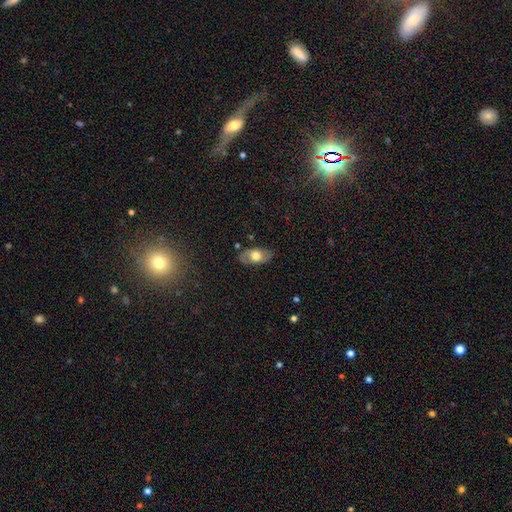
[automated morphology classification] This appears to be a smooth galaxy with no disk features (54%) that is in between round and cigar-shaped (90%). Merging: none (81%).